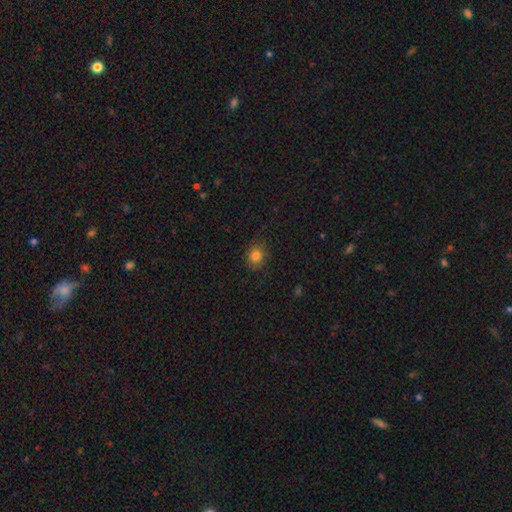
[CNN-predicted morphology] Smooth or featured?
  - smooth: 82% *
  - star or artifact: 12%
  - featured or disk: 6%
How rounded?
  - round: 65% *
  - in between: 34%
  - cigar-shaped: 1%
Merging?
  - none: 83% *
  - minor disturbance: 13%
  - major disturbance: 3%
  - merger: 1%